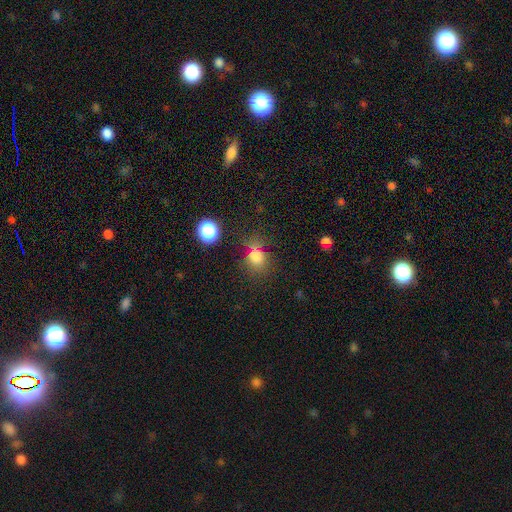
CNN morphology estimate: The model was most divided on "how rounded": round: 68%, in between: 31%, cigar-shaped: 1%. More confident: smooth or featured — smooth (74%); merging — none (62%).